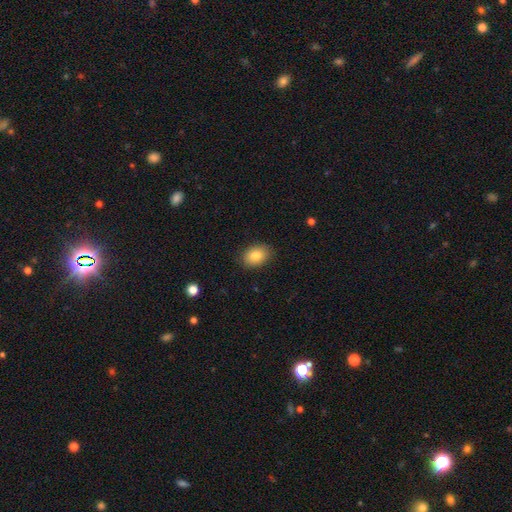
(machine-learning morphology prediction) The model was most divided on "how rounded": in between: 77%, round: 22%, cigar-shaped: 1%. More confident: merging — none (87%); smooth or featured — smooth (83%).